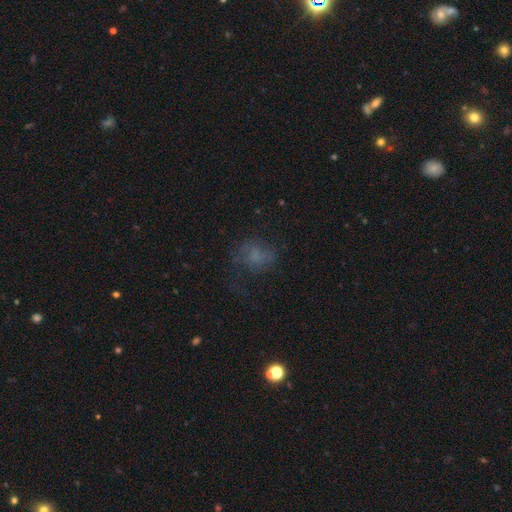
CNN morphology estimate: smooth_or_featured: smooth (p=0.50) [alt: featured or disk p=0.30]
merging: none (p=0.50) [alt: major disturbance p=0.28]